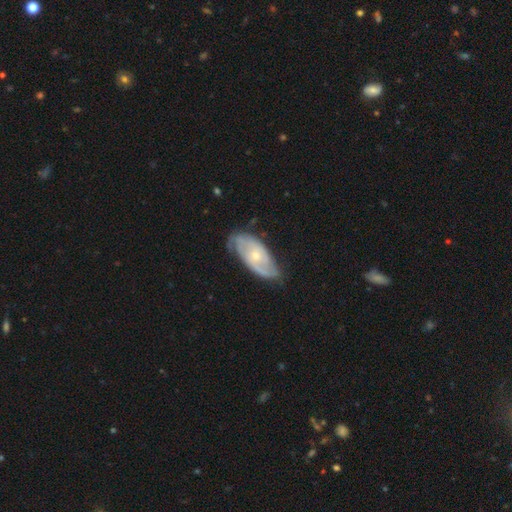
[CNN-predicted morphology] A featured or disk galaxy (78%) with no bar (72%), 2 (62%) tight (45%) spiral arms (90%) and a small central bulge (61%).

Vote fractions:
- Smooth or featured? featured or disk: 78% / smooth: 17% / star or artifact: 5%
- Edge-on disk? no: 93% / yes: 7%
- Bar? no: 72% / weak: 24% / strong: 5%
- Spiral arms? yes: 90% / no: 10%
- Spiral winding? tight: 45% / medium: 39% / loose: 16%
- Spiral arm count? 2: 62% / can't tell: 22% / 3: 7% / 1: 4% / 4: 2% / more than 4: 2%
- Bulge size? small: 61% / moderate: 35% / large: 1% / none: 1% / dominant: 1%
- Merging? none: 69% / minor disturbance: 23% / major disturbance: 6% / merger: 1%